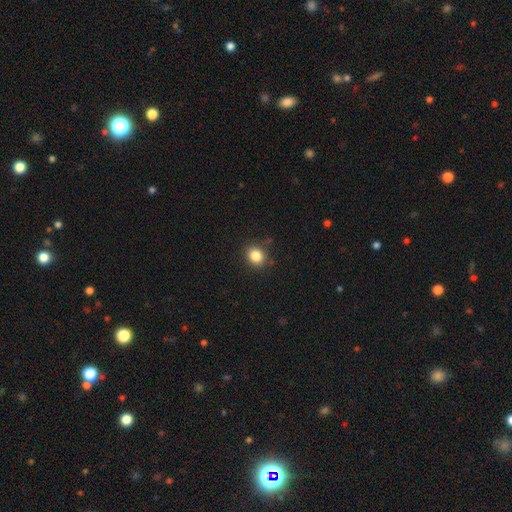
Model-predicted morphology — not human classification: Smooth or featured? Predicted: smooth (p=0.84). How rounded? Predicted: round (p=0.69). Merging? Predicted: none (p=0.87).